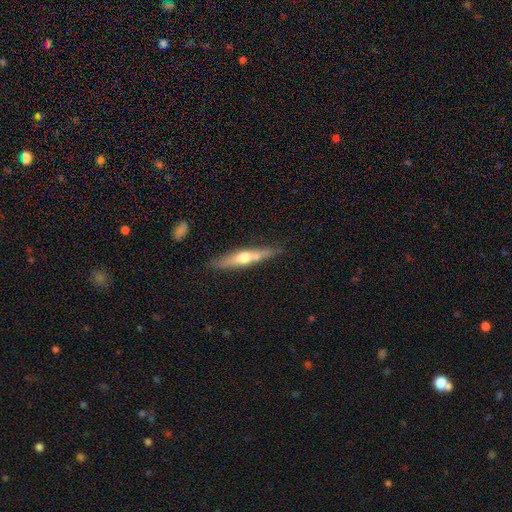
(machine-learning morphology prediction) smooth_or_featured: featured or disk (p=0.62) [alt: smooth p=0.29]
disk_edge_on: yes (p=0.93) [alt: no p=0.07]
edge_on_bulge: rounded (p=0.89) [alt: none p=0.07]
merging: none (p=0.88) [alt: minor disturbance p=0.09]